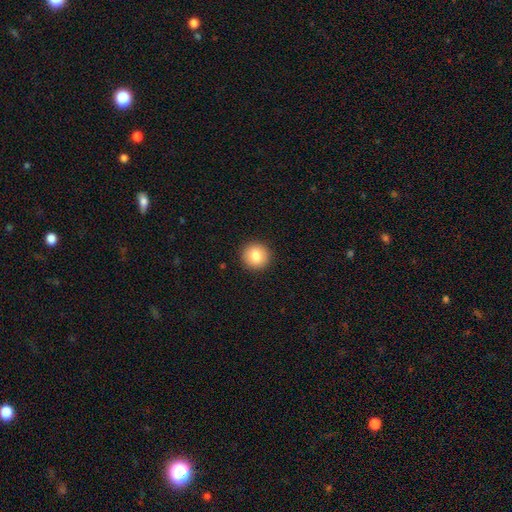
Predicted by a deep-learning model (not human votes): smooth 83%, star or artifact 9%, featured or disk 8%. Down the decision tree: how rounded — round (94%); merging — none (92%).